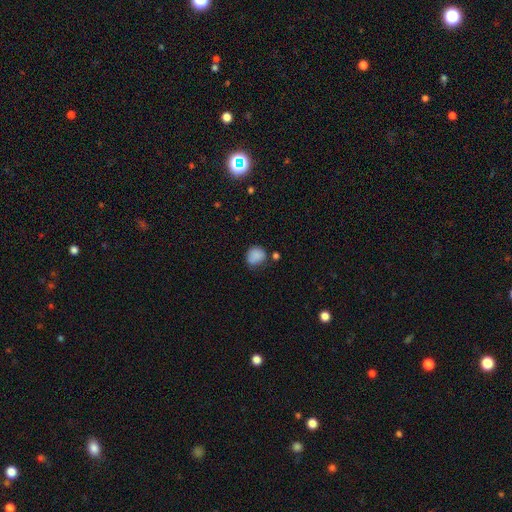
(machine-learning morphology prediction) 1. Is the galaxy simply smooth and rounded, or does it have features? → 86% smooth, 10% star or artifact, 4% featured or disk.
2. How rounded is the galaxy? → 72% round, 27% in between, 1% cigar-shaped.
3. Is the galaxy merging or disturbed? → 66% none, 22% minor disturbance, 6% merger, 6% major disturbance.